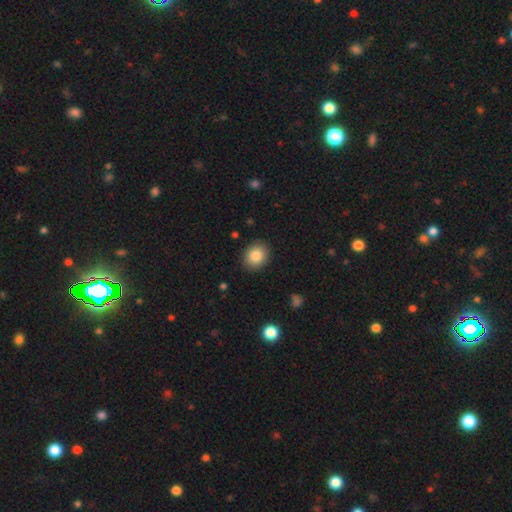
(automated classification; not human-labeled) Overall: smooth (85%). How rounded: round (57%; in between 42%). Merging: none (89%).